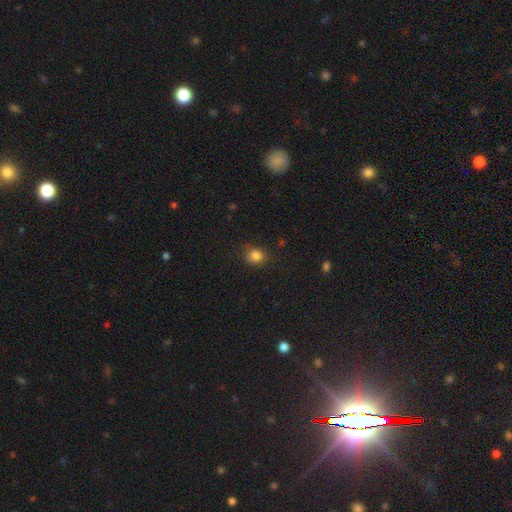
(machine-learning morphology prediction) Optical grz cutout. It shows a smooth galaxy with no disk features (83%) that is round (76%). Merging: none (79%).